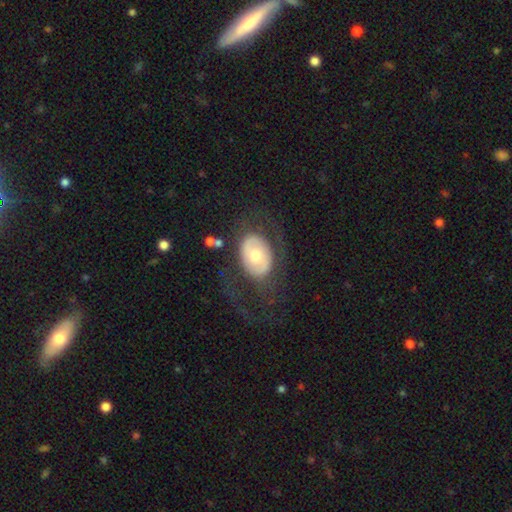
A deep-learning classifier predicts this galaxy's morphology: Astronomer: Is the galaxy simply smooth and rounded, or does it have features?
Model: featured or disk — 50% (runner-up: smooth, 44%).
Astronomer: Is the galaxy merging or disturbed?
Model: none — 66%.